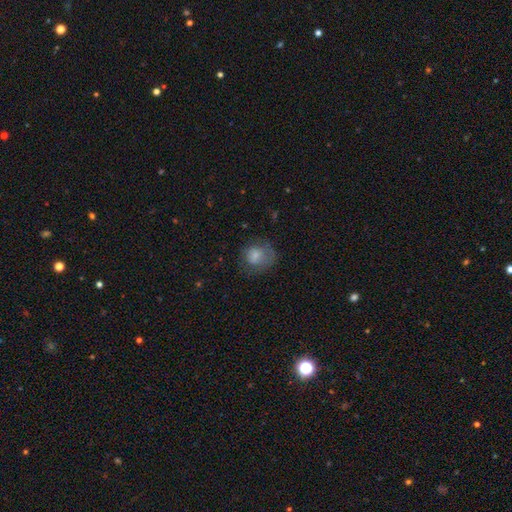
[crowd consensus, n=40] Smooth or featured: smooth — 85% (featured or disk — 10%)
How rounded: round — 88% (in between — 12%)
Merging: none — 39% (tied with minor disturbance — 39%)